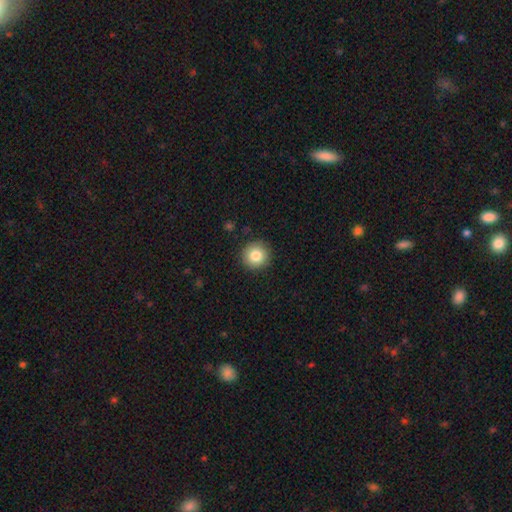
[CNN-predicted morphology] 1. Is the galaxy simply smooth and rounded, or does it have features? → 82% smooth, 9% star or artifact, 8% featured or disk.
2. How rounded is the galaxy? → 94% round, 5% in between, 1% cigar-shaped.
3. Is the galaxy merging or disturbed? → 91% none, 6% minor disturbance, 2% major disturbance, 1% merger.